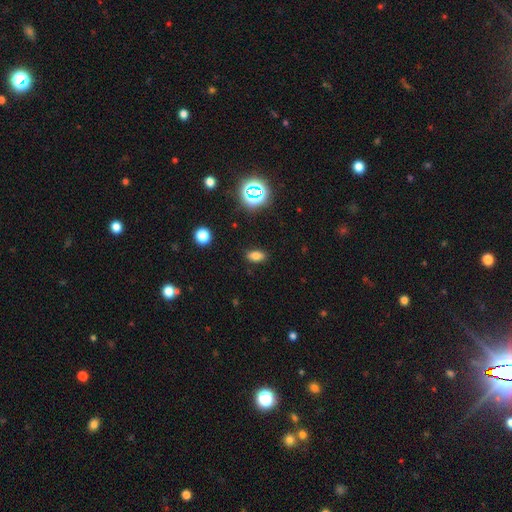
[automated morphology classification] smooth 74%, star or artifact 18%, featured or disk 8%. Down the decision tree: how rounded — in between (87%); merging — none (87%).